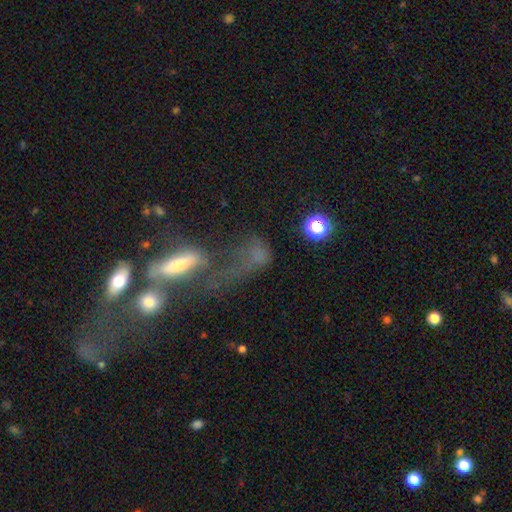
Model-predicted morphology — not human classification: smooth_or_featured: smooth (p=0.50) [alt: featured or disk p=0.30]
how_rounded: in between (p=0.51) [alt: cigar-shaped p=0.26]
merging: major disturbance (p=0.37) [alt: merger p=0.28]